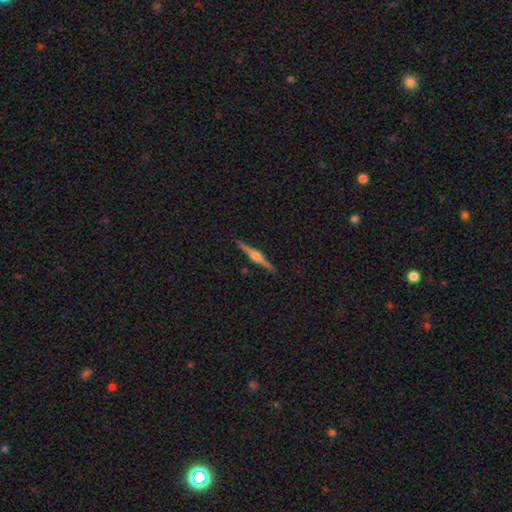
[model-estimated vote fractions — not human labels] The model was most divided on "smooth or featured": featured or disk: 82%, smooth: 13%, star or artifact: 5%. More confident: edge-on disk — yes (99%); merging — none (92%); edge-on bulge — rounded (91%).